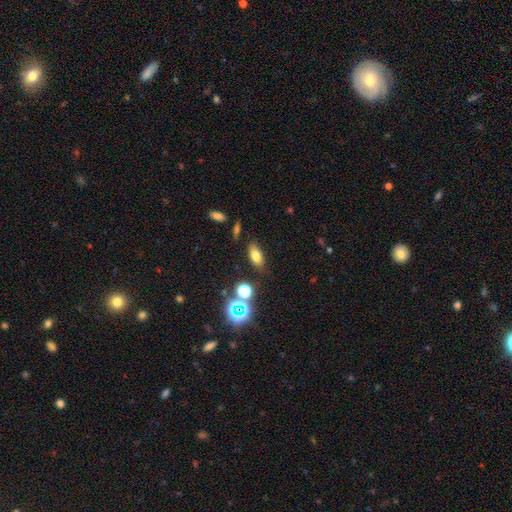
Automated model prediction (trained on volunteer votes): Smooth or featured: smooth — 72% (star or artifact — 17%)
How rounded: in between — 82% (round — 9%)
Merging: none — 81% (minor disturbance — 11%)